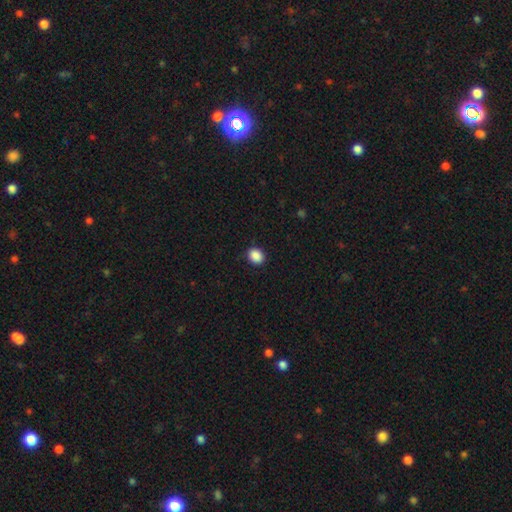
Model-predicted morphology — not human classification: smooth 89%, star or artifact 9%, featured or disk 2%. Down the decision tree: how rounded — round (63%); merging — none (89%).